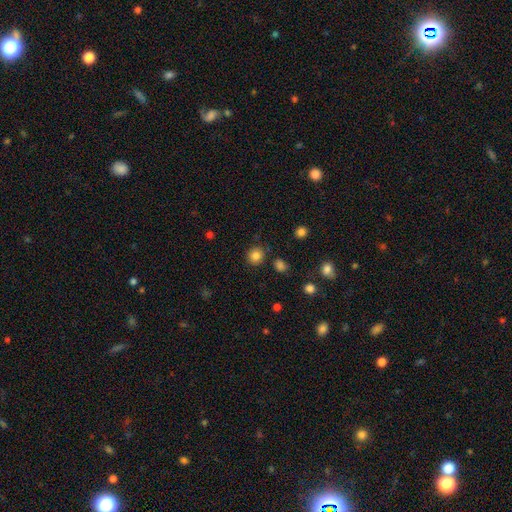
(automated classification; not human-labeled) Smooth or featured? smooth (84%)
How rounded? round (89%)
Merging? none (86%)